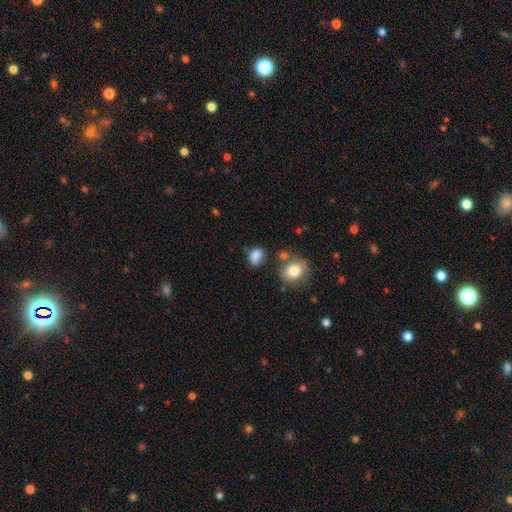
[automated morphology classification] type=smooth (84%); roundness=in between (63%); merging=none (62%).